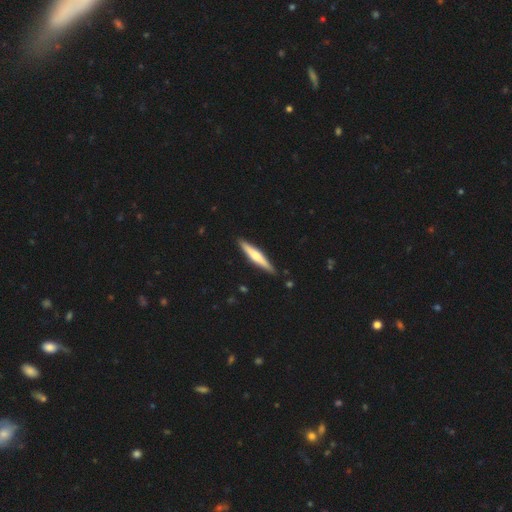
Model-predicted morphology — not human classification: smooth-or-featured: featured or disk: 55% | smooth: 40% | star or artifact: 5%
  disk-edge-on: yes: 97% | no: 3%
    edge-on-bulge: rounded: 79% | none: 11% | boxy: 10%
  merging: none: 90% | minor disturbance: 7% | major disturbance: 1% | merger: 1%